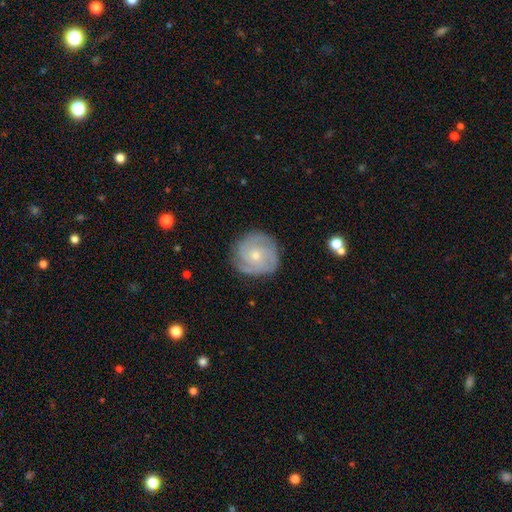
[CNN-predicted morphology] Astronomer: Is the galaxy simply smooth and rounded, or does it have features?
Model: featured or disk — 76%.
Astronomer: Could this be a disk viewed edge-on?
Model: no — 98%.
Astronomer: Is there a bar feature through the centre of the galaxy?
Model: no — 77%.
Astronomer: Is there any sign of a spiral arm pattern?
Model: yes — 94%.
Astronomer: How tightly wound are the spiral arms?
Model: tight — 68%.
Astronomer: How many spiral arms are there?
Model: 3 — 39% (runner-up: can't tell, 23%).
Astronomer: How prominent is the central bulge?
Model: small — 58% (runner-up: moderate, 39%).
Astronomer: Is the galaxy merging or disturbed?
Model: none — 82%.